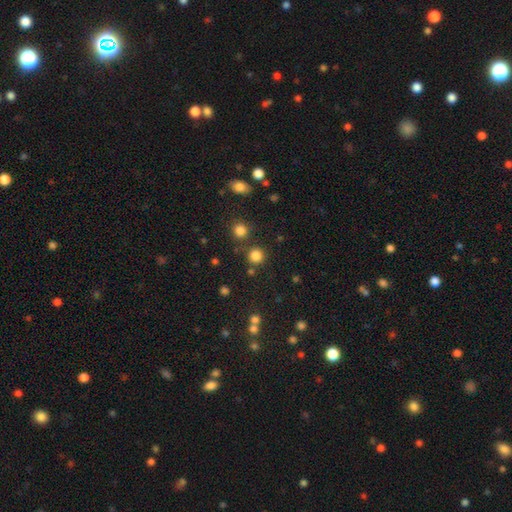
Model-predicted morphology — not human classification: Overall: smooth (81%). How rounded: round (93%). Merging: none (82%).